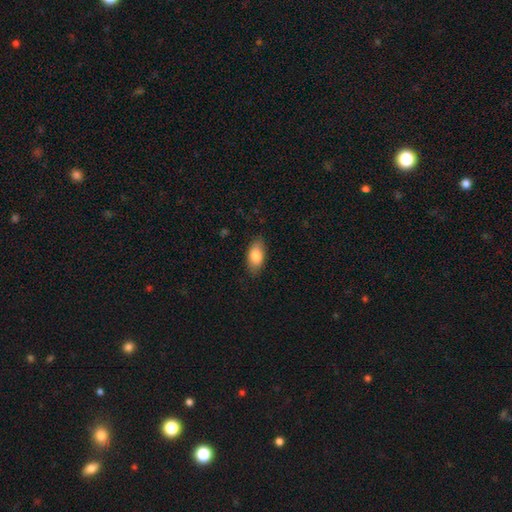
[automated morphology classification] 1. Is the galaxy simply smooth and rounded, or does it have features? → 84% smooth, 10% featured or disk, 7% star or artifact.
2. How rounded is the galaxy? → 91% in between, 5% cigar-shaped, 4% round.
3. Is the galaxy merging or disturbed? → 81% none, 14% minor disturbance, 3% major disturbance, 1% merger.